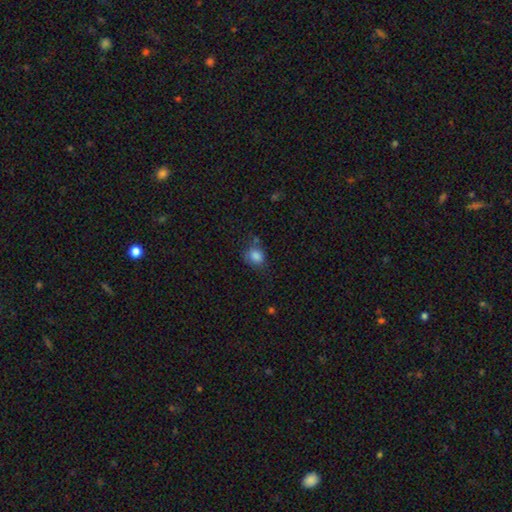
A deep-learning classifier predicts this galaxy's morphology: Smooth or featured? Predicted: smooth (p=0.84). How rounded? Predicted: round (p=0.56). Merging? Predicted: none (p=0.60).